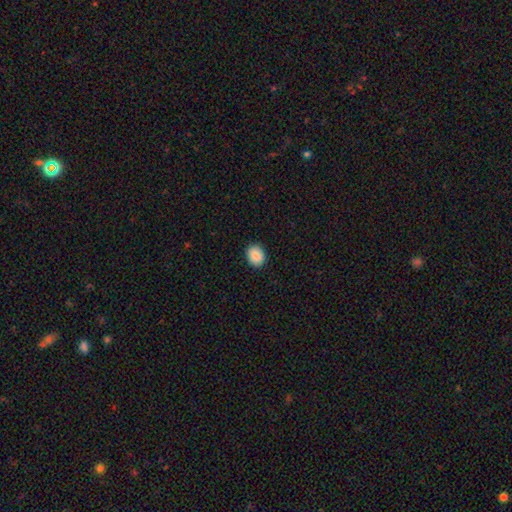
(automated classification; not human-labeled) A smooth galaxy with no disk features (90%) that is in between round and cigar-shaped (52%). Merging: none (90%).